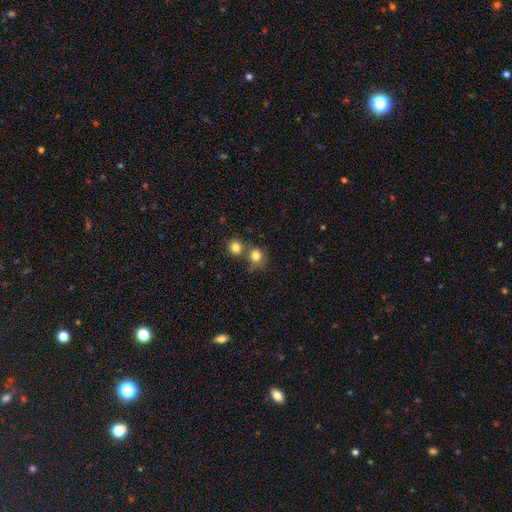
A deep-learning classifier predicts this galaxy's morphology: The model was most divided on "merging": none: 54%, merger: 33%, minor disturbance: 9%, major disturbance: 4%. More confident: how rounded — round (84%); smooth or featured — smooth (81%).